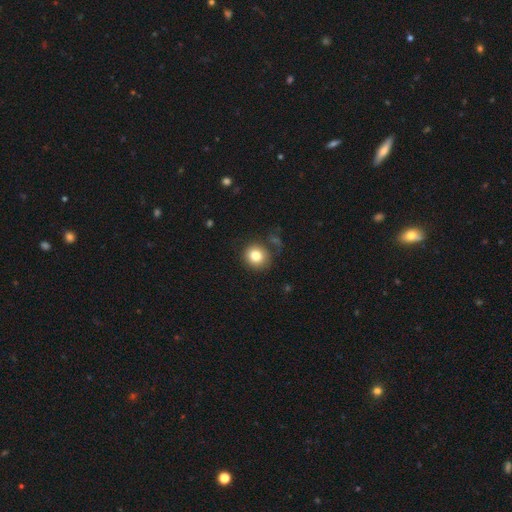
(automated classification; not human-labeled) A smooth galaxy with no disk features (83%) that is round (86%). Merging: none (77%).